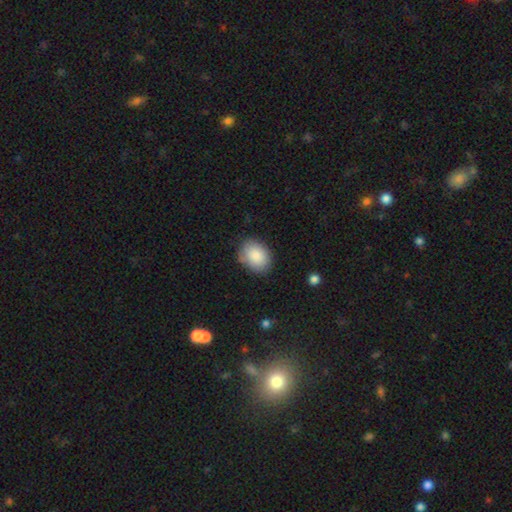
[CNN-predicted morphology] This appears to be a smooth galaxy with no disk features (87%) that is in between round and cigar-shaped (69%). Merging: none (79%).